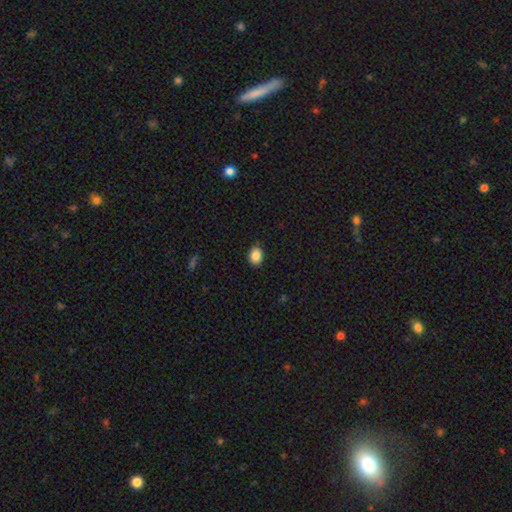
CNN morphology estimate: Smooth or featured? smooth (86%)
How rounded? round (51%)
Merging? none (87%)